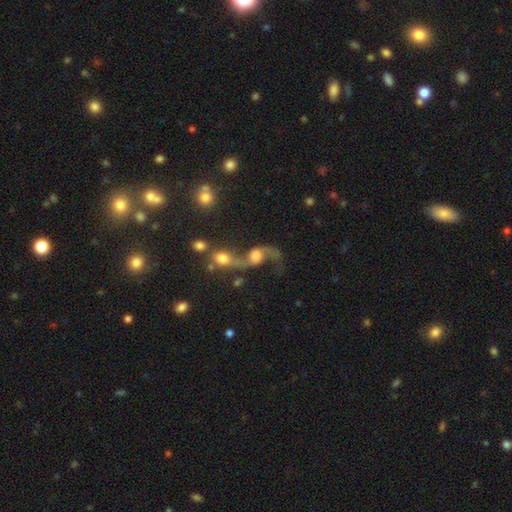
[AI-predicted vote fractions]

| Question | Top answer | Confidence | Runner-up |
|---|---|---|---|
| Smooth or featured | featured or disk | 69% | smooth (20%) |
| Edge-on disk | no | 95% | yes (5%) |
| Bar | no | 61% | weak (31%) |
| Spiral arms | yes | 89% | no (11%) |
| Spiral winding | loose | 89% | medium (9%) |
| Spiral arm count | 2 | 88% | 1 (7%) |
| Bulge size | moderate | 37% | large (33%) |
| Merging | merger | 51% | none (26%) |